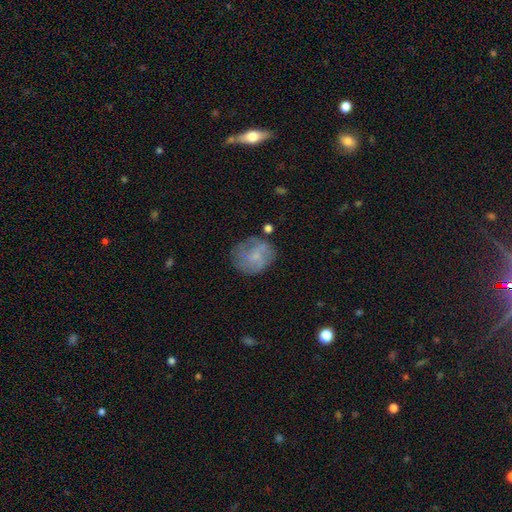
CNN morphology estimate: Smooth or featured: smooth — 49% (featured or disk — 42%)
Merging: none — 63% (minor disturbance — 21%)